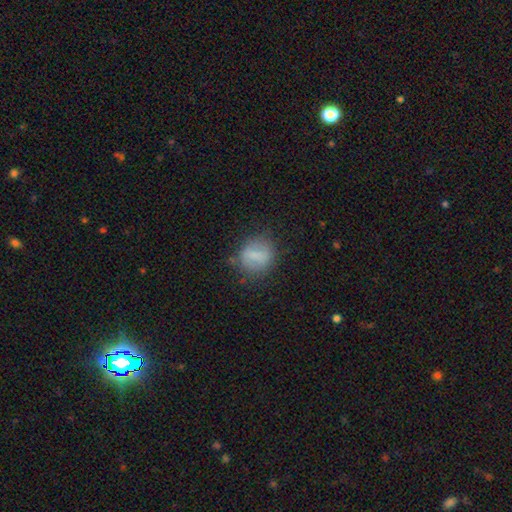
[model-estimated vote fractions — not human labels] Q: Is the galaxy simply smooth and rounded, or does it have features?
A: smooth — 67%.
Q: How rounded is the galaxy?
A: round — 69%.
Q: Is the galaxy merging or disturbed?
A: none — 71%.